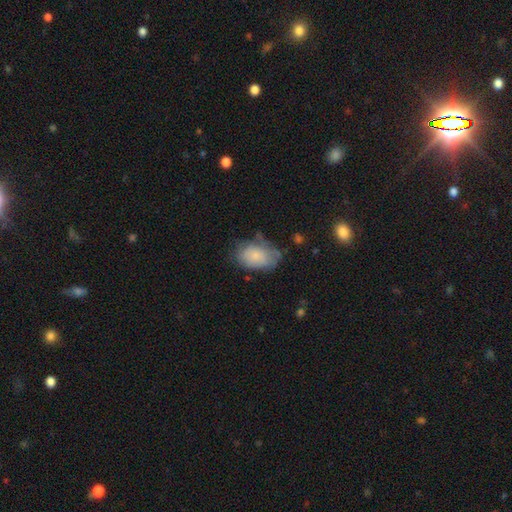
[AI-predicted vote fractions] This appears to be a smooth galaxy with no disk features (79%) that is in between round and cigar-shaped (88%). Merging: none (54%).